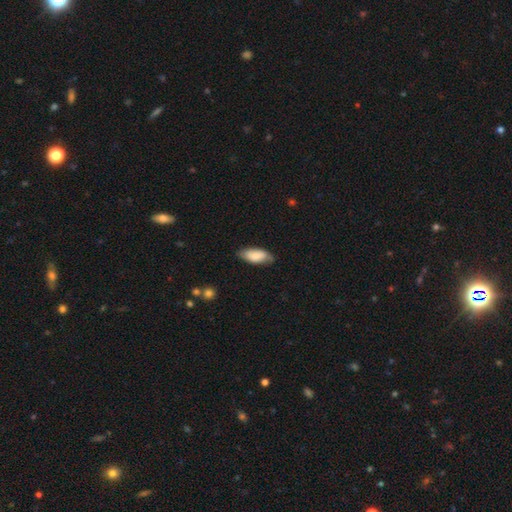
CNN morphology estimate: Smooth or featured? Predicted: smooth (p=0.79). How rounded? Predicted: in between (p=0.86). Merging? Predicted: none (p=0.74).